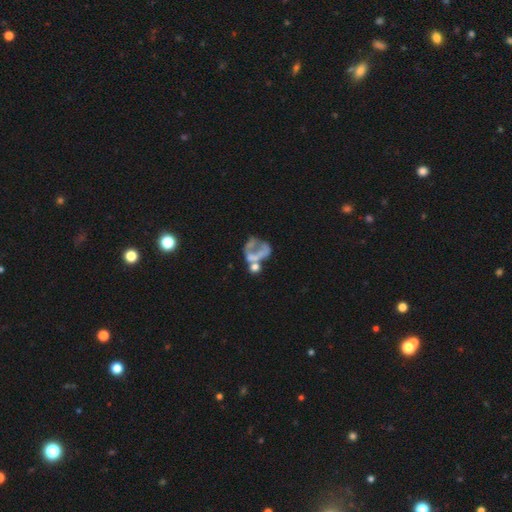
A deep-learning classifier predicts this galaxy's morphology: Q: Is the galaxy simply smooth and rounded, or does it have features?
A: featured or disk — 50%.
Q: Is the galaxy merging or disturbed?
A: major disturbance — 34%.